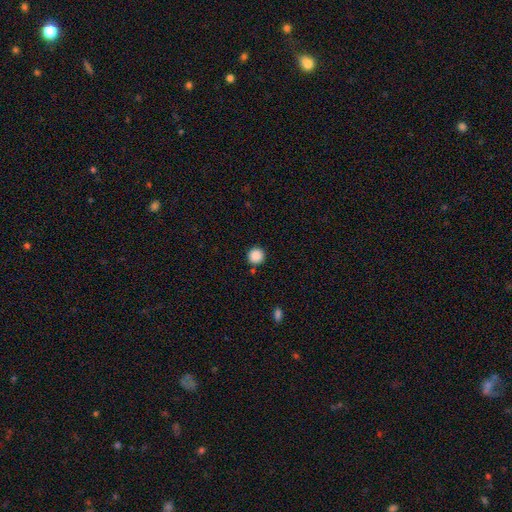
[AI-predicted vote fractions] This appears to be a smooth galaxy with no disk features (88%) that is round (95%). Merging: none (88%).